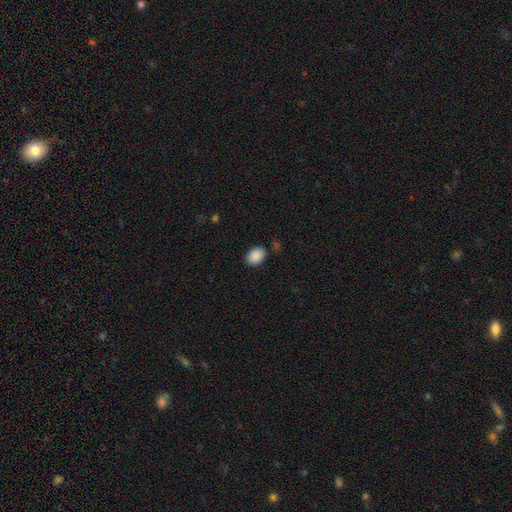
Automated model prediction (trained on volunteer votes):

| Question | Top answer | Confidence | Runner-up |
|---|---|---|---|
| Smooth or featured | smooth | 90% | star or artifact (7%) |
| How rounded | in between | 79% | round (20%) |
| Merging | none | 84% | minor disturbance (10%) |